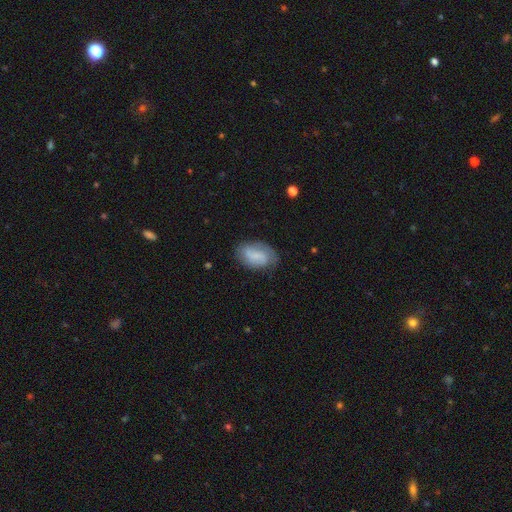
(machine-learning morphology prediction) type=smooth (57%); roundness=in between (89%); merging=none (71%).